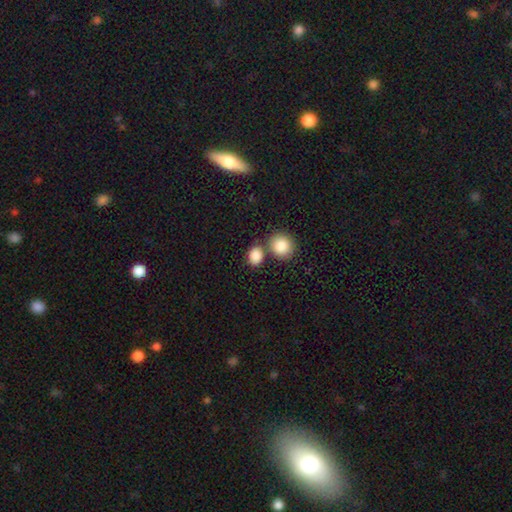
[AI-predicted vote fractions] smooth-or-featured: smooth: 87% | star or artifact: 9% | featured or disk: 4%
  how-rounded: round: 56% | in between: 42% | cigar-shaped: 1%
  merging: none: 60% | merger: 26% | minor disturbance: 10% | major disturbance: 3%